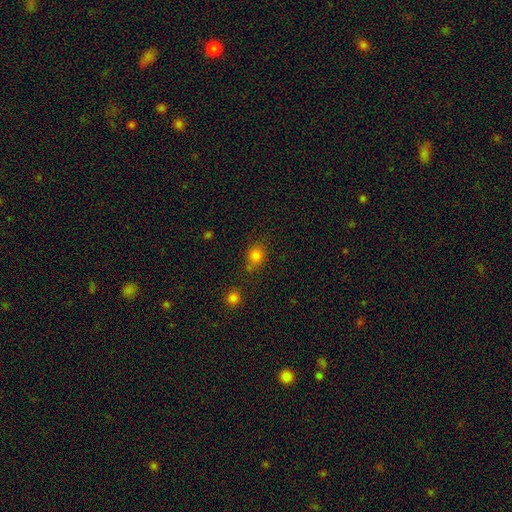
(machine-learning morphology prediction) Smooth or featured? Predicted: smooth (p=0.81). How rounded? Predicted: round (p=0.67). Merging? Predicted: none (p=0.66).